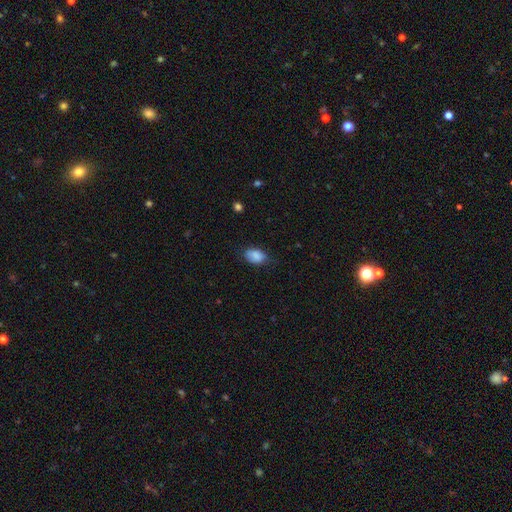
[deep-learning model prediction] Smooth or featured: smooth — 86% (star or artifact — 8%)
How rounded: in between — 87% (round — 12%)
Merging: none — 69% (minor disturbance — 25%)